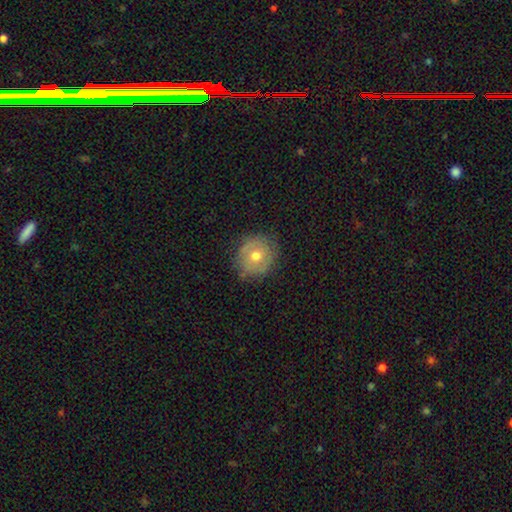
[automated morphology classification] This is possibly a smooth galaxy (51%). How rounded: clearly round (83%). Merging: likely none (77%).